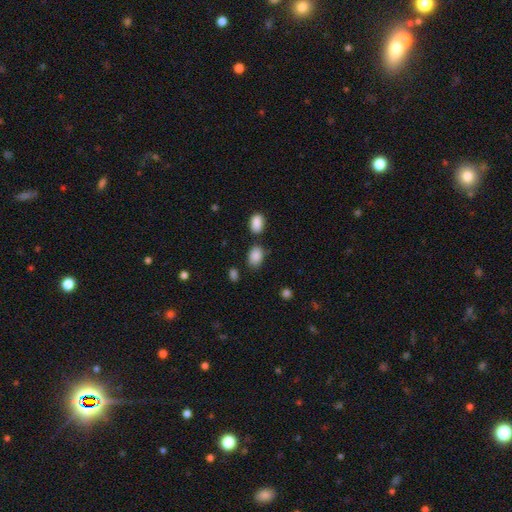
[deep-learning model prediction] Smooth or featured: smooth — 88% (star or artifact — 8%)
How rounded: in between — 86% (round — 13%)
Merging: none — 70% (minor disturbance — 15%)